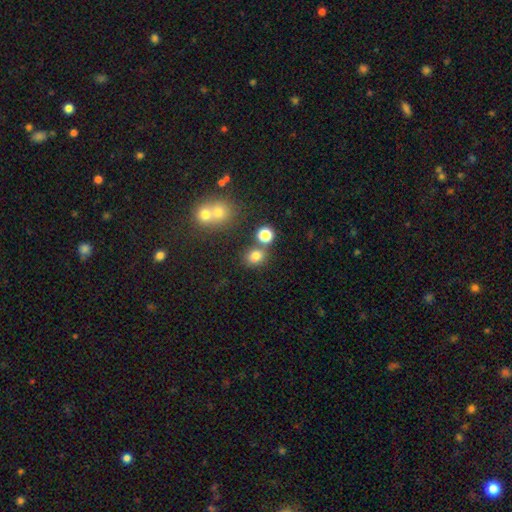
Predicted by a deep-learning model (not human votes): The model was most divided on "how rounded": round: 66%, in between: 33%, cigar-shaped: 1%. More confident: smooth or featured — smooth (75%); merging — none (67%).